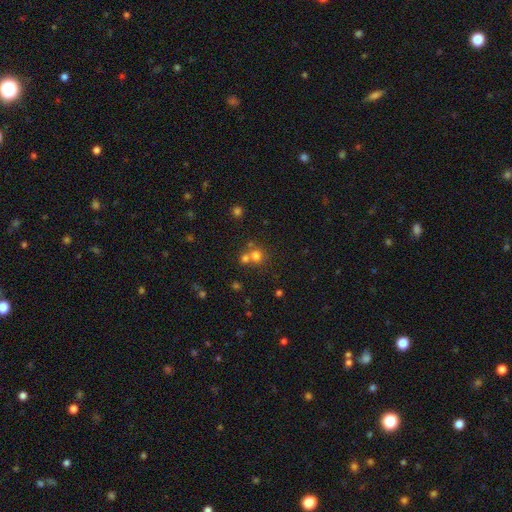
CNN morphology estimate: type=smooth (71%); roundness=round (86%); merging=none (51%).